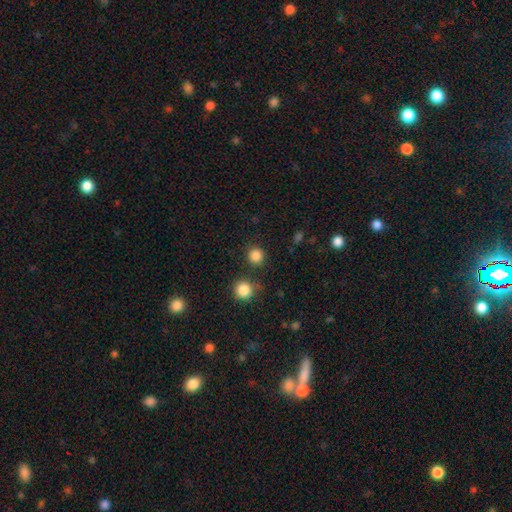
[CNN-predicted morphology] Q: Smooth or featured?
A: smooth (85%); runner-up: star or artifact (12%)
Q: How rounded?
A: round (93%); runner-up: in between (6%)
Q: Merging?
A: none (85%); runner-up: minor disturbance (7%)